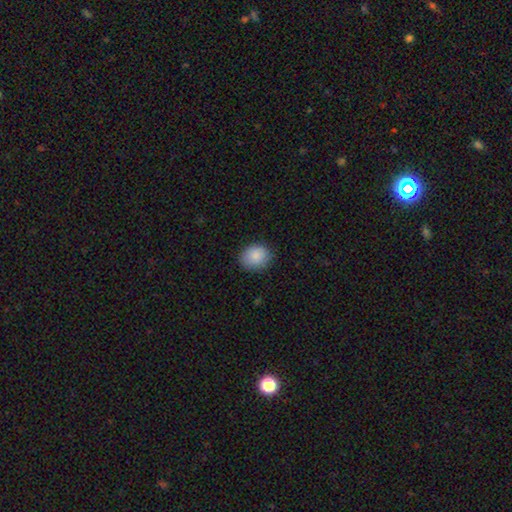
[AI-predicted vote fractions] smooth-or-featured: smooth: 88% | star or artifact: 7% | featured or disk: 5%
  how-rounded: round: 59% | in between: 40% | cigar-shaped: 1%
  merging: none: 83% | minor disturbance: 13% | major disturbance: 3% | merger: 1%